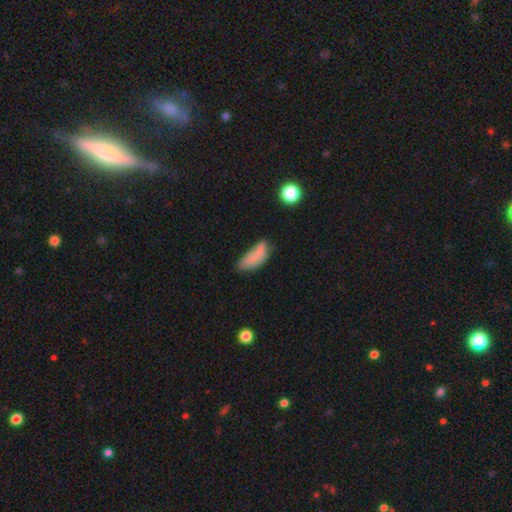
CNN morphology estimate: Smooth or featured: smooth — 74% (featured or disk — 16%)
How rounded: in between — 76% (cigar-shaped — 20%)
Merging: none — 34% (minor disturbance — 33%)